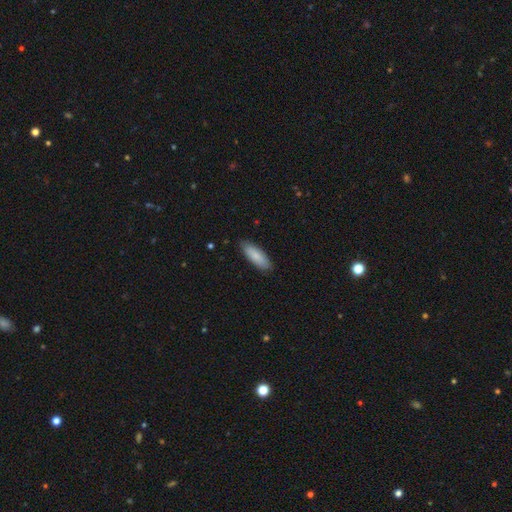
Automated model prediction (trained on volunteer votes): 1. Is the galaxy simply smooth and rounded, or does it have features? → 84% smooth, 11% featured or disk, 5% star or artifact.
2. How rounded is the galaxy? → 64% in between, 34% cigar-shaped, 2% round.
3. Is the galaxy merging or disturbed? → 86% none, 11% minor disturbance, 2% major disturbance, 1% merger.